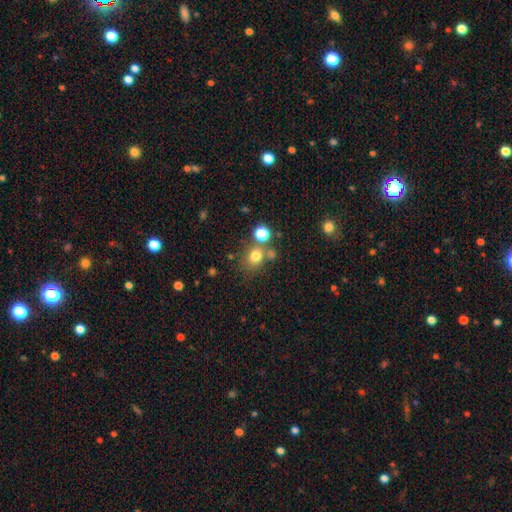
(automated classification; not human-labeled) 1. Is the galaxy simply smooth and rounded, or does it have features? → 74% smooth, 17% star or artifact, 9% featured or disk.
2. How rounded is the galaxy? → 76% round, 23% in between, 1% cigar-shaped.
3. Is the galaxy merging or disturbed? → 64% none, 19% merger, 11% minor disturbance, 6% major disturbance.